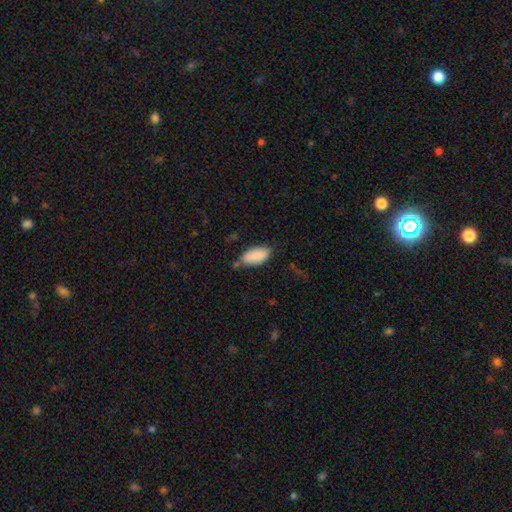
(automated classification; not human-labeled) This is clearly a smooth galaxy (87%). How rounded: clearly in between (93%). Merging: possibly none (59%).